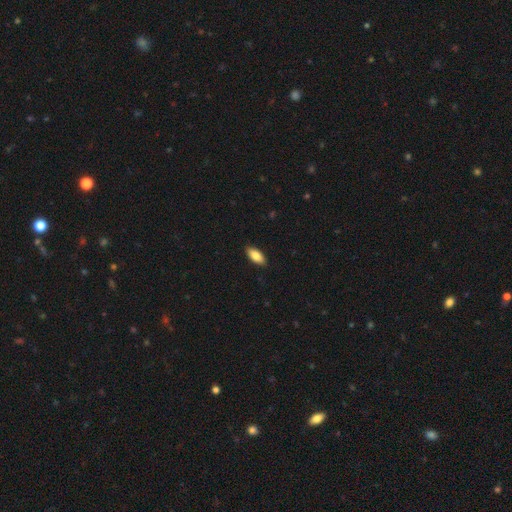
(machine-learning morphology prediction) Smooth or featured? smooth (85%)
How rounded? in between (90%)
Merging? none (89%)